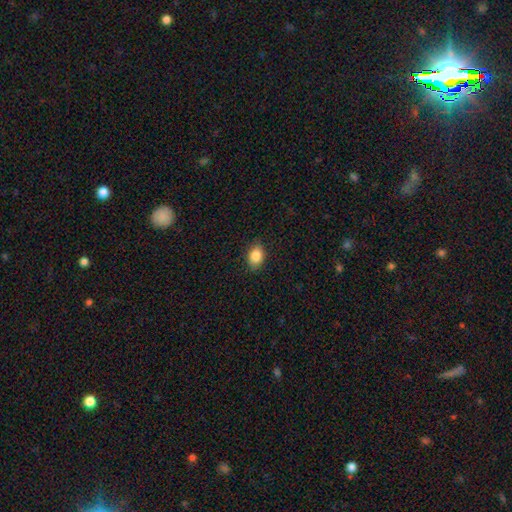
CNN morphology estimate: Smooth or featured?
  - smooth: 86% *
  - star or artifact: 8%
  - featured or disk: 6%
How rounded?
  - in between: 77% *
  - round: 22%
  - cigar-shaped: 1%
Merging?
  - none: 87% *
  - minor disturbance: 10%
  - major disturbance: 2%
  - merger: 1%